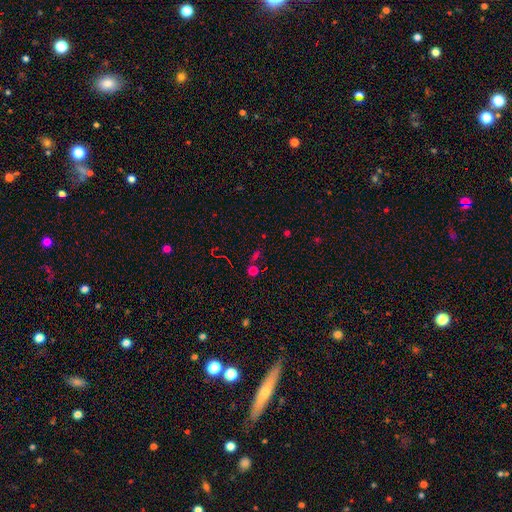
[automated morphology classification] A smooth galaxy with no disk features (47%).

Vote fractions:
- Smooth or featured? smooth: 47% / star or artifact: 44% / featured or disk: 9%
- Merging? none: 62% / merger: 18% / minor disturbance: 12% / major disturbance: 8%